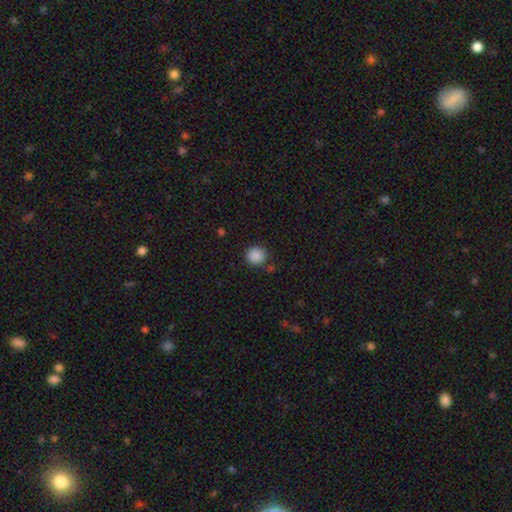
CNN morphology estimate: A smooth galaxy with no disk features (88%) that is round (88%).

Vote fractions:
- Smooth or featured? smooth: 88% / star or artifact: 10% / featured or disk: 3%
- How rounded? round: 88% / in between: 11% / cigar-shaped: 1%
- Merging? none: 82% / minor disturbance: 11% / merger: 4% / major disturbance: 3%